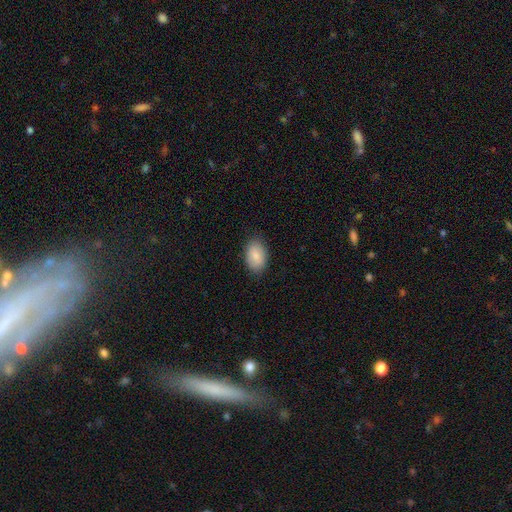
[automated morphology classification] A smooth galaxy with no disk features (86%) that is in between round and cigar-shaped (90%).

Vote fractions:
- Smooth or featured? smooth: 86% / featured or disk: 8% / star or artifact: 6%
- How rounded? in between: 90% / round: 9% / cigar-shaped: 1%
- Merging? none: 84% / minor disturbance: 12% / major disturbance: 3% / merger: 1%